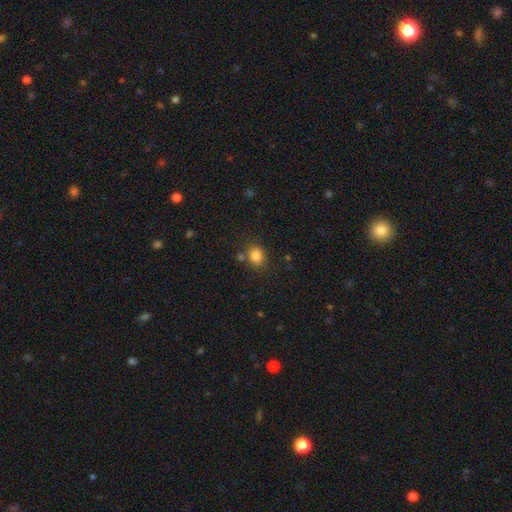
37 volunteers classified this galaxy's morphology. Smooth or featured? smooth (89%)
How rounded? in between (52%)
Merging? none (74%)